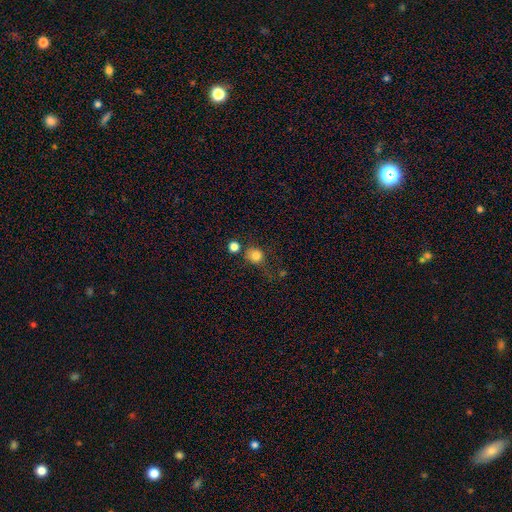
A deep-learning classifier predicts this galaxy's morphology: type=smooth (80%); roundness=round (86%); merging=none (59%).